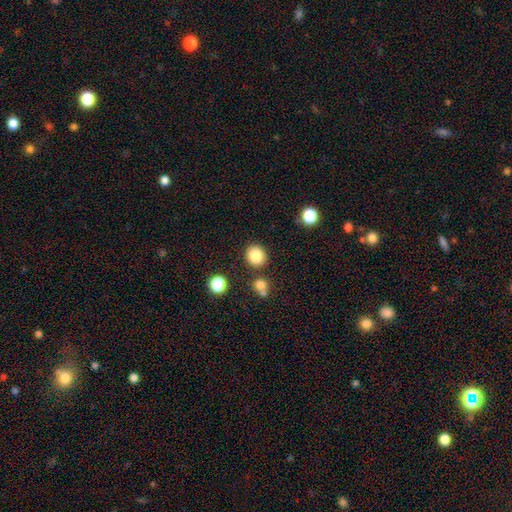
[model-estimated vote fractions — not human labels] Morphology: type=smooth (84%); roundness=round (83%); merging=none (84%).